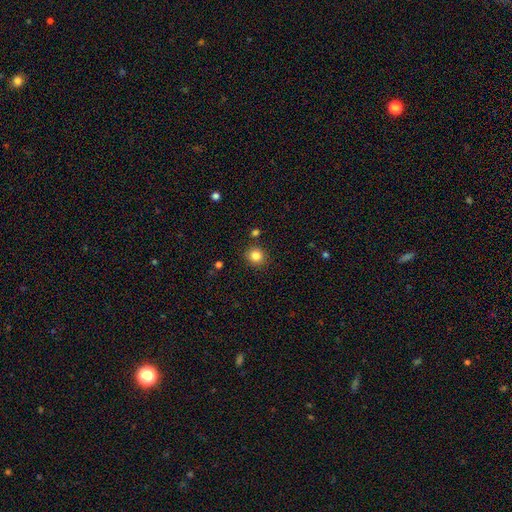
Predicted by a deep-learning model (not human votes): smooth 84%, star or artifact 11%, featured or disk 5%. Down the decision tree: how rounded — round (88%); merging — none (86%).